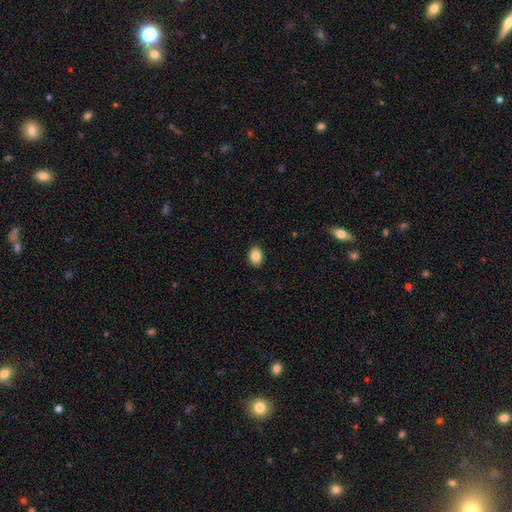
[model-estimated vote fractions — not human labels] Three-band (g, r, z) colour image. It shows a smooth galaxy with no disk features (86%) that is in between round and cigar-shaped (70%). Merging: none (90%).